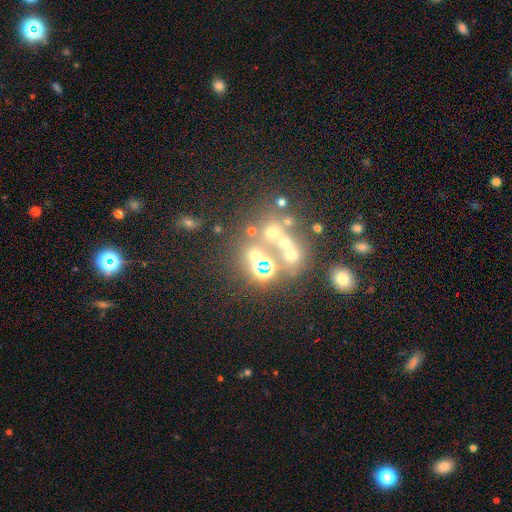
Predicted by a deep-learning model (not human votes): A star or artifact, not a galaxy (45%).

Vote fractions:
- Smooth or featured? star or artifact: 45% / smooth: 40% / featured or disk: 16%